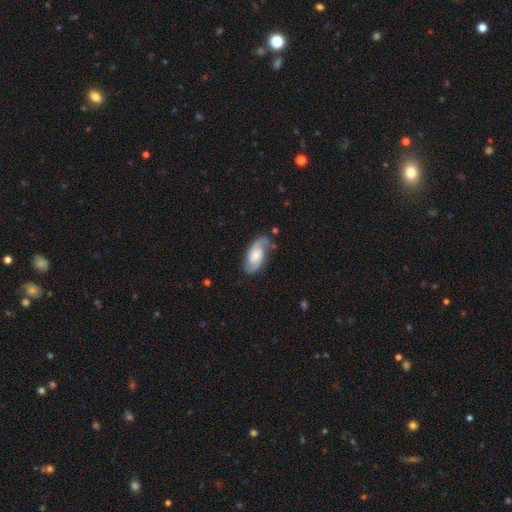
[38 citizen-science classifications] smooth-or-featured: featured or disk: 95% | smooth: 5% | star or artifact: 0%
  disk-edge-on: no: 97% | yes: 3%
    bar: no: 51% | weak: 46% | strong: 3%
    has-spiral-arms: yes: 91% | no: 9%
      spiral-winding: medium: 62% | loose: 25% | tight: 12%
      spiral-arm-count: 2: 94% | 3: 3% | can't tell: 3% | 1: 0% | 4: 0% | more than 4: 0%
    bulge-size: small: 46% | moderate: 29% | none: 14% | large: 9% | dominant: 3%
  merging: none: 84% | minor disturbance: 16% | major disturbance: 0% | merger: 0%